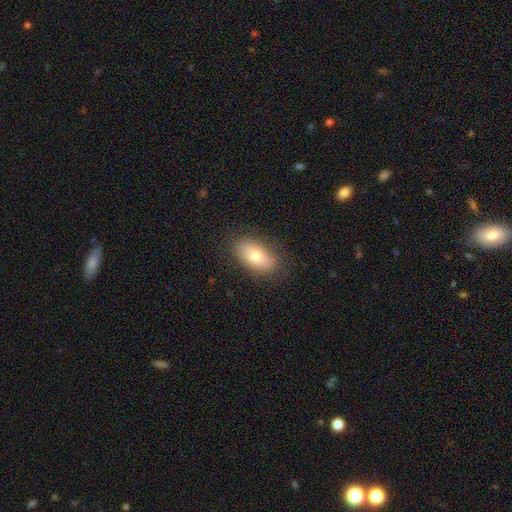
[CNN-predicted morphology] This is likely a smooth galaxy (76%). How rounded: clearly in between (91%). Merging: clearly none (84%).